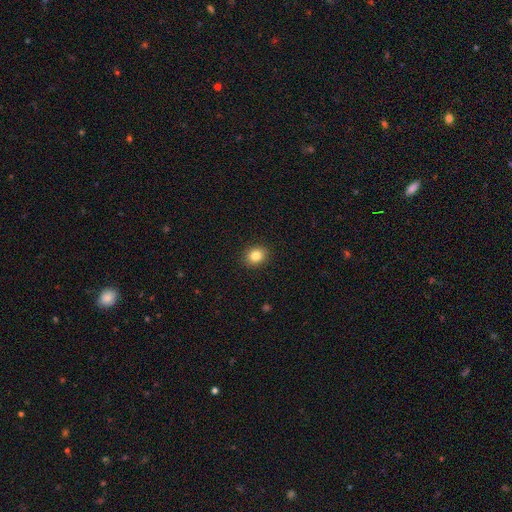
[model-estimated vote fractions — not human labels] Morphology: type=smooth (84%); roundness=round (63%); merging=none (90%).